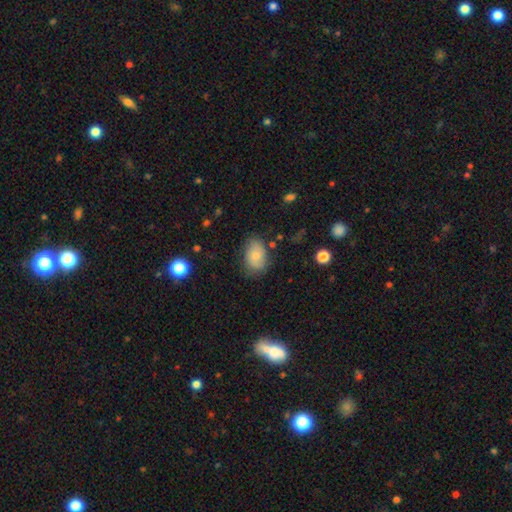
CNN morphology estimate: smooth 68%, featured or disk 24%, star or artifact 8%. Down the decision tree: how rounded — in between (83%); merging — none (70%).